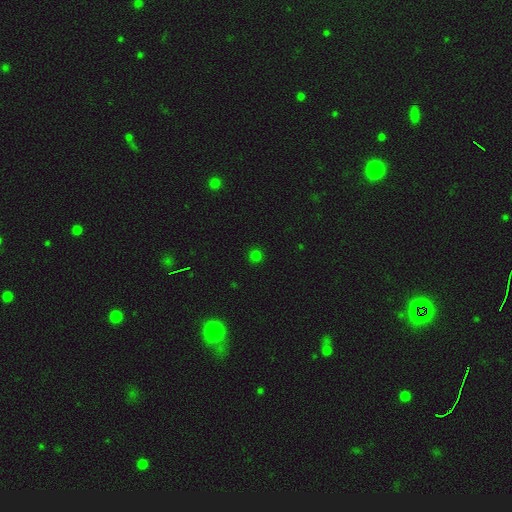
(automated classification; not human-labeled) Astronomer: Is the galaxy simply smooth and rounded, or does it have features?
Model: smooth — 75%.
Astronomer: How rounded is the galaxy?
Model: round — 94%.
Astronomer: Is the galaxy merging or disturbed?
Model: none — 92%.